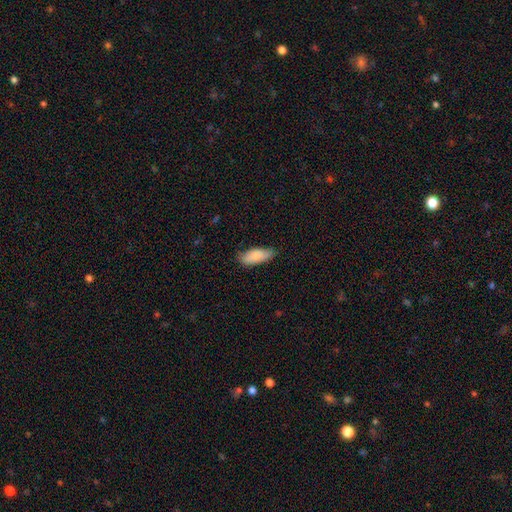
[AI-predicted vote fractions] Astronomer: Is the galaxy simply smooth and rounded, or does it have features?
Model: smooth — 87%.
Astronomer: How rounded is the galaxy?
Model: in between — 77%.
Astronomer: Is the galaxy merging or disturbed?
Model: none — 72%.